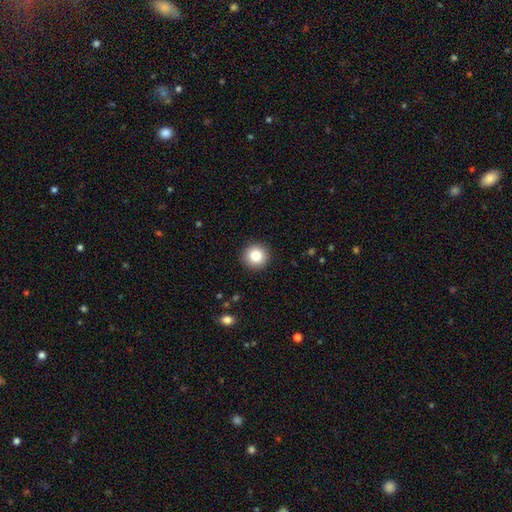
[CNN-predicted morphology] The model was most divided on "smooth or featured": smooth: 82%, star or artifact: 10%, featured or disk: 8%. More confident: how rounded — round (96%); merging — none (93%).